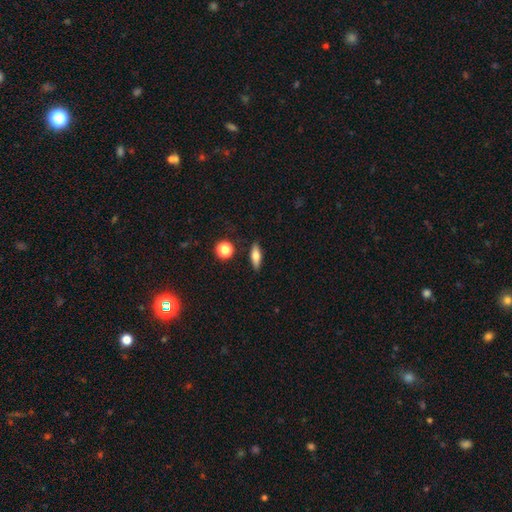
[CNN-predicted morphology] This is likely a smooth galaxy (62%). How rounded: possibly in between (52%). Merging: clearly none (86%).